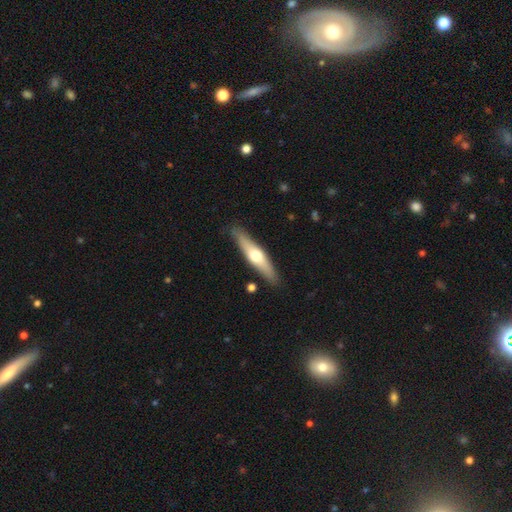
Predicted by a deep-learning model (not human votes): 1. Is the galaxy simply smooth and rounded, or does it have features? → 49% featured or disk, 46% smooth, 5% star or artifact.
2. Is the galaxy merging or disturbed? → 87% none, 9% minor disturbance, 2% major disturbance, 2% merger.